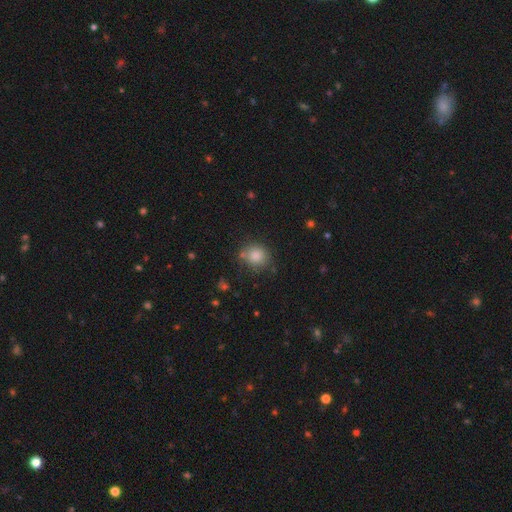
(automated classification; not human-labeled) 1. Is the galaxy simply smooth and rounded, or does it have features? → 84% smooth, 10% star or artifact, 6% featured or disk.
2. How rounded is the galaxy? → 81% round, 18% in between, 1% cigar-shaped.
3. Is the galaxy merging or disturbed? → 73% none, 16% minor disturbance, 7% merger, 5% major disturbance.